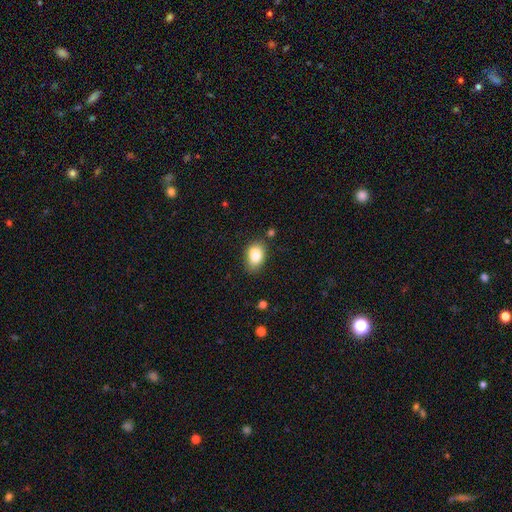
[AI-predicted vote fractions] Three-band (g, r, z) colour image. It shows a smooth galaxy with no disk features (83%) that is in between round and cigar-shaped (83%). Merging: none (74%).